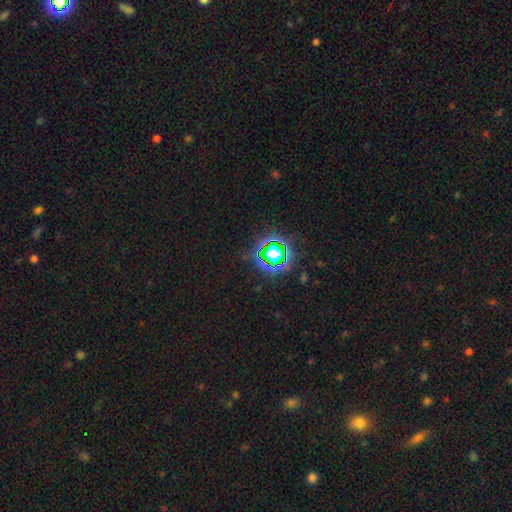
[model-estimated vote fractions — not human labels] Smooth or featured?
  - star or artifact: 79% *
  - smooth: 15%
  - featured or disk: 7%